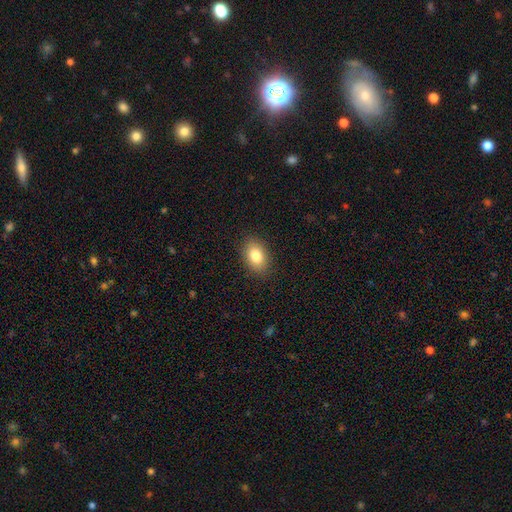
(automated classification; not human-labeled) A smooth galaxy with no disk features (82%) that is in between round and cigar-shaped (84%).

Vote fractions:
- Smooth or featured? smooth: 82% / featured or disk: 10% / star or artifact: 8%
- How rounded? in between: 84% / round: 15% / cigar-shaped: 1%
- Merging? none: 88% / minor disturbance: 8% / major disturbance: 2% / merger: 1%